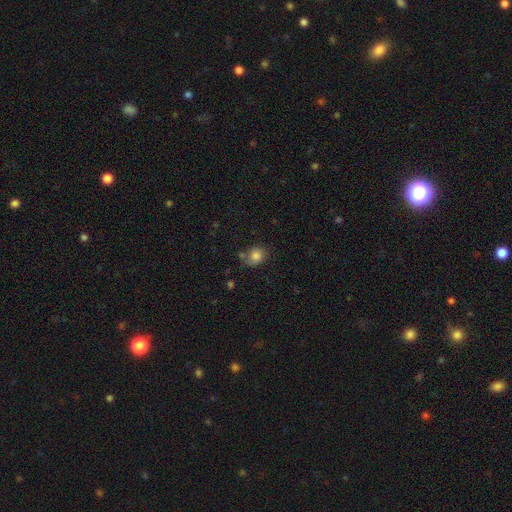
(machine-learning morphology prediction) A smooth galaxy with no disk features (82%) that is round (56%).

Vote fractions:
- Smooth or featured? smooth: 82% / star or artifact: 10% / featured or disk: 8%
- How rounded? round: 56% / in between: 43% / cigar-shaped: 1%
- Merging? none: 64% / minor disturbance: 21% / merger: 9% / major disturbance: 6%